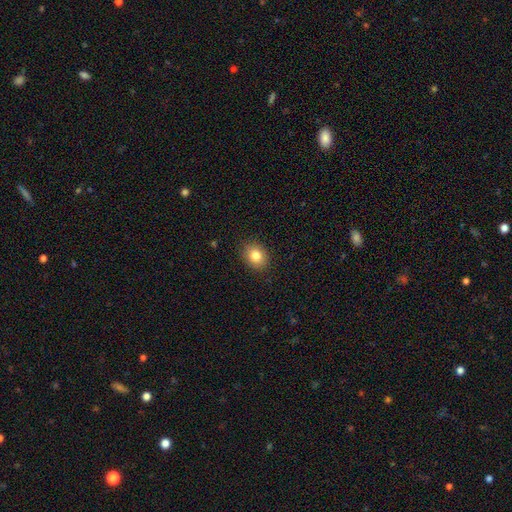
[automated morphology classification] The model was most divided on "how rounded": round: 55%, in between: 44%, cigar-shaped: 1%. More confident: merging — none (89%); smooth or featured — smooth (82%).